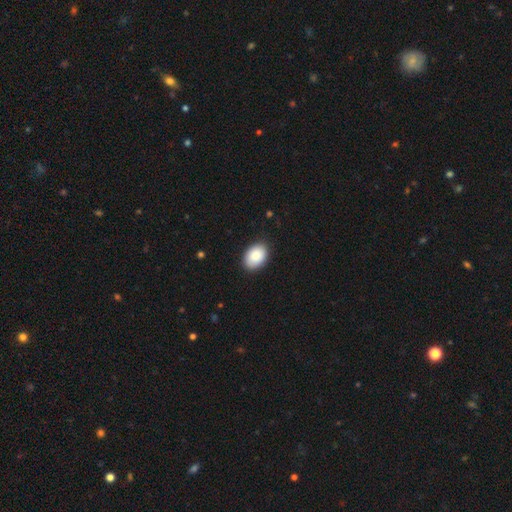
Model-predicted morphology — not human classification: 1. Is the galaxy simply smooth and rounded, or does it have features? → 89% smooth, 6% star or artifact, 5% featured or disk.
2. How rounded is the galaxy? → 84% in between, 15% round, 1% cigar-shaped.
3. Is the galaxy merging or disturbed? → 88% none, 10% minor disturbance, 2% major disturbance, 1% merger.